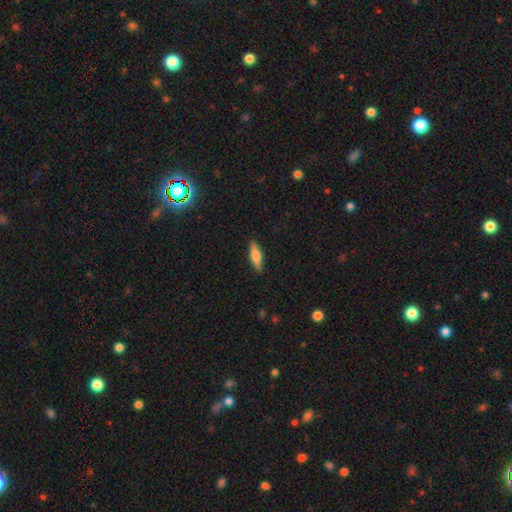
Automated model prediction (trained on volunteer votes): Smooth or featured?
  - smooth: 64% *
  - featured or disk: 29%
  - star or artifact: 6%
How rounded?
  - cigar-shaped: 54% *
  - in between: 43%
  - round: 2%
Merging?
  - none: 88% *
  - minor disturbance: 9%
  - major disturbance: 2%
  - merger: 1%